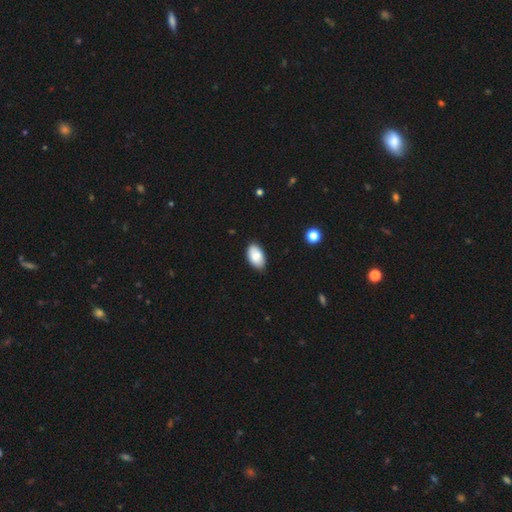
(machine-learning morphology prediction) Smooth or featured: smooth — 87% (featured or disk — 7%)
How rounded: in between — 95% (round — 4%)
Merging: none — 84% (minor disturbance — 12%)